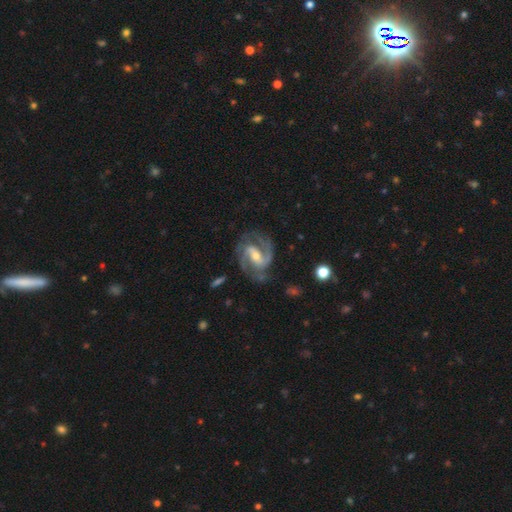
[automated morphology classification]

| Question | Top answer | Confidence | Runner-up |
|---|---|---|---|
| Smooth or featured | featured or disk | 92% | star or artifact (4%) |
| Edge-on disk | no | 98% | yes (2%) |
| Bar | strong | 45% | weak (41%) |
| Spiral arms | yes | 98% | no (2%) |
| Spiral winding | medium | 58% | tight (30%) |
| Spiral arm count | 2 | 80% | 3 (11%) |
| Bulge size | moderate | 49% | small (45%) |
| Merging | none | 75% | minor disturbance (16%) |